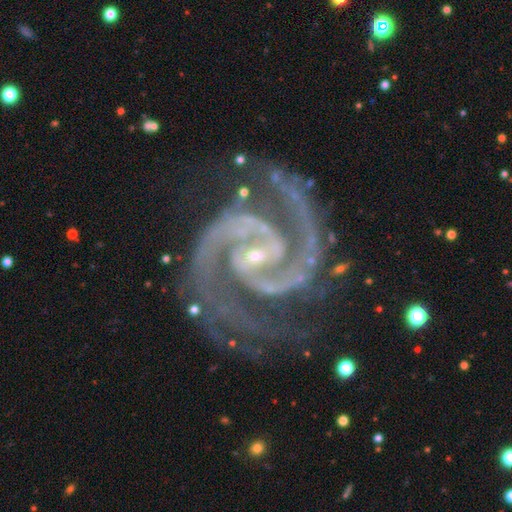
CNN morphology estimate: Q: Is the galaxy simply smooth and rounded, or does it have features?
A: featured or disk — 95%.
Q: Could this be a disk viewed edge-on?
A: no — 98%.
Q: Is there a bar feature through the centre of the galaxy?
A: weak — 38%.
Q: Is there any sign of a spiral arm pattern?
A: yes — 99%.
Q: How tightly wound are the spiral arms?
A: tight — 48%.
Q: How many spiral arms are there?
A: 2 — 90%.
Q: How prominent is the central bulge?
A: small — 81%.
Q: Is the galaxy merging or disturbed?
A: none — 73%.